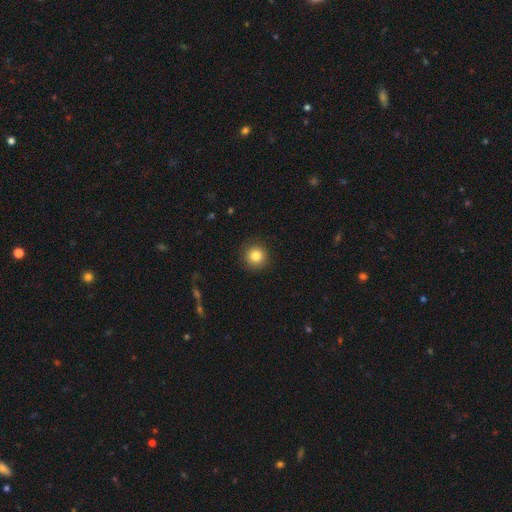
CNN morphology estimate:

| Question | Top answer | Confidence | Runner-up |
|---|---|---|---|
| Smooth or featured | smooth | 83% | star or artifact (11%) |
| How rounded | round | 94% | in between (5%) |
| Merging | none | 91% | minor disturbance (6%) |